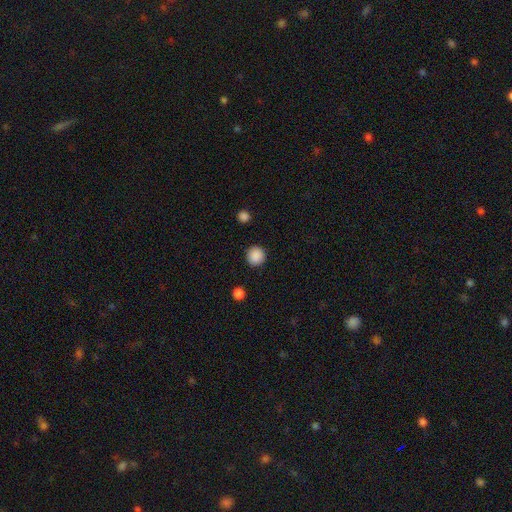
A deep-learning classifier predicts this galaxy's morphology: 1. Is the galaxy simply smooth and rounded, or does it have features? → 88% smooth, 9% star or artifact, 2% featured or disk.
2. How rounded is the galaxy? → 94% round, 5% in between, 1% cigar-shaped.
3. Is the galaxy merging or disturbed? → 92% none, 5% minor disturbance, 2% major disturbance, 1% merger.